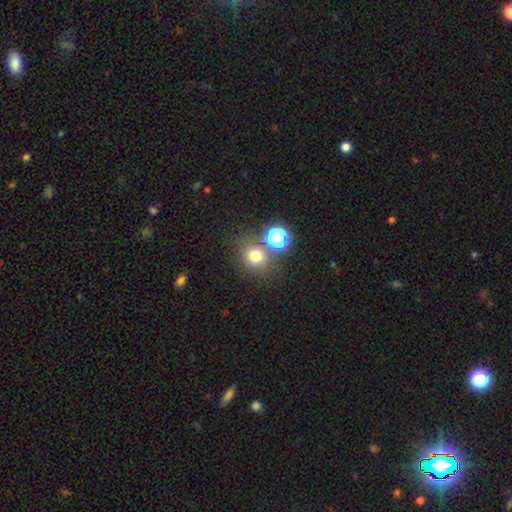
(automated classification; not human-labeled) The model was most divided on "merging": none: 67%, merger: 17%, minor disturbance: 10%, major disturbance: 5%. More confident: how rounded — round (79%); smooth or featured — smooth (72%).